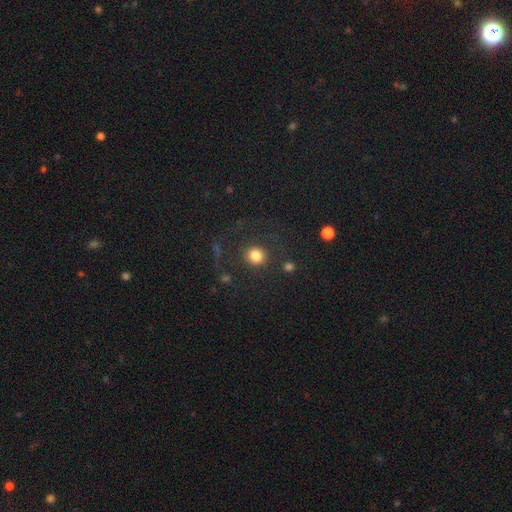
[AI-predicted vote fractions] smooth-or-featured: smooth: 81% | star or artifact: 11% | featured or disk: 8%
  how-rounded: round: 87% | in between: 12% | cigar-shaped: 1%
  merging: none: 80% | minor disturbance: 9% | major disturbance: 7% | merger: 4%